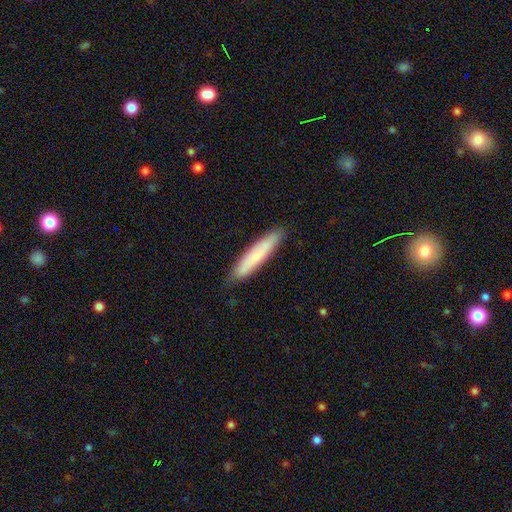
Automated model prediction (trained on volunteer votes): The model was most divided on "smooth or featured": smooth: 75%, featured or disk: 19%, star or artifact: 6%. More confident: how rounded — cigar-shaped (89%); merging — none (87%).